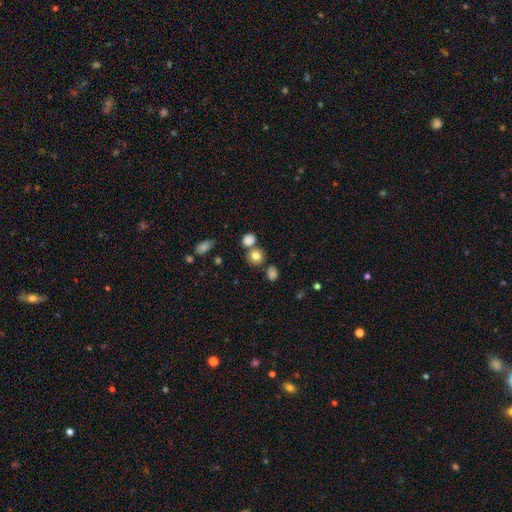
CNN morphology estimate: This appears to be a smooth galaxy with no disk features (80%) that is round (84%). Merging: none (68%).